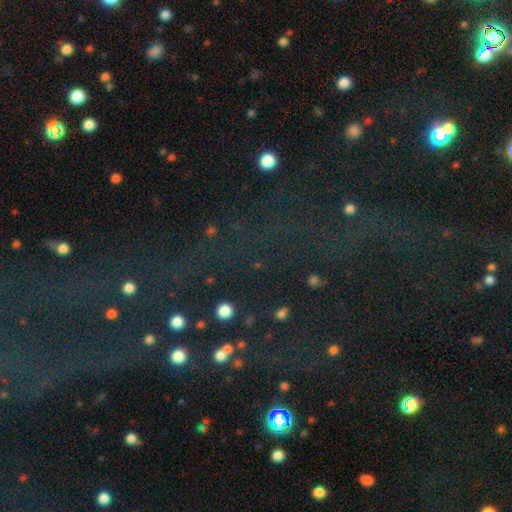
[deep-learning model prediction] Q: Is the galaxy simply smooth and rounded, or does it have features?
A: star or artifact — 73%.